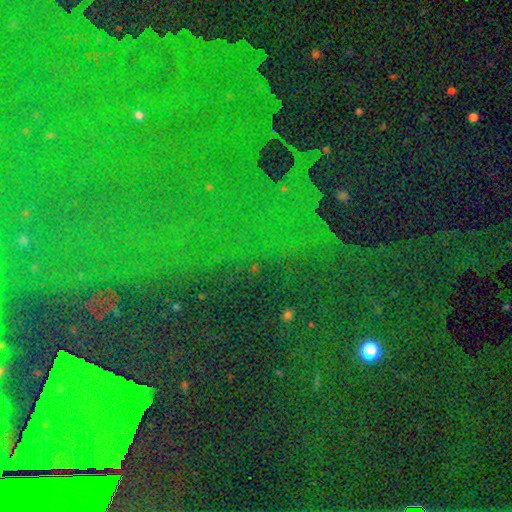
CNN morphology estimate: type=star or artifact (84%).